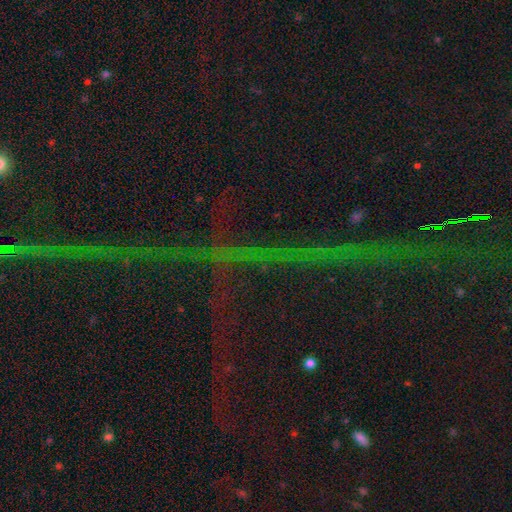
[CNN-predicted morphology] type=star or artifact (80%).